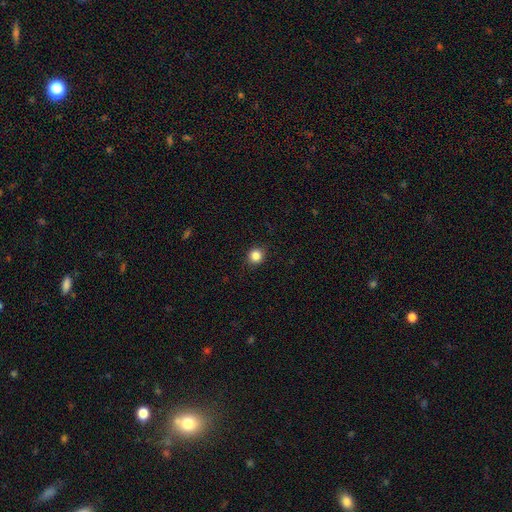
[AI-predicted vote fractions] A smooth galaxy with no disk features (85%) that is round (88%). Merging: none (90%).